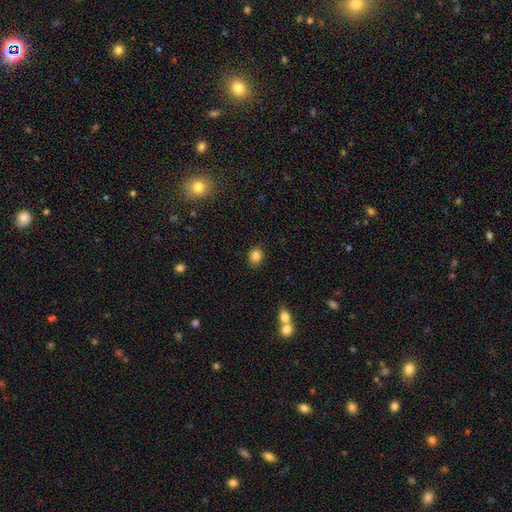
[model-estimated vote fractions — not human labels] smooth 85%, star or artifact 11%, featured or disk 5%. Down the decision tree: how rounded — round (61%); merging — none (86%).